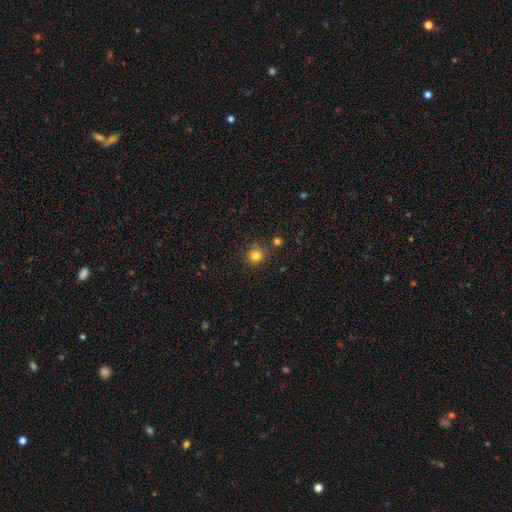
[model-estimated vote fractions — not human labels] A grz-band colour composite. It shows a smooth galaxy with no disk features (81%) that is round (92%). Merging: none (81%).